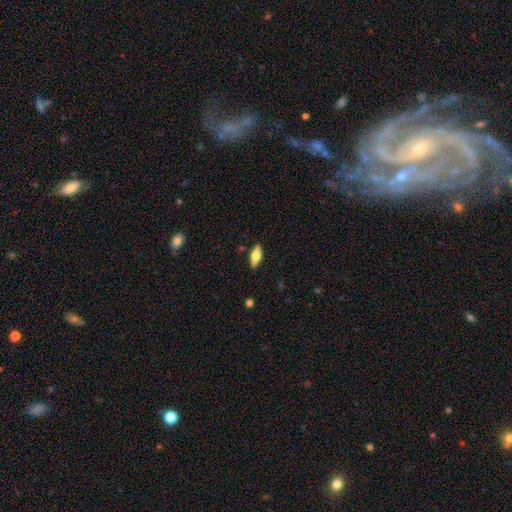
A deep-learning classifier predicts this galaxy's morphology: A smooth galaxy with no disk features (60%) that is in between round and cigar-shaped (66%).

Vote fractions:
- Smooth or featured? smooth: 60% / featured or disk: 34% / star or artifact: 6%
- How rounded? in between: 66% / cigar-shaped: 31% / round: 3%
- Merging? none: 88% / minor disturbance: 9% / major disturbance: 2% / merger: 1%